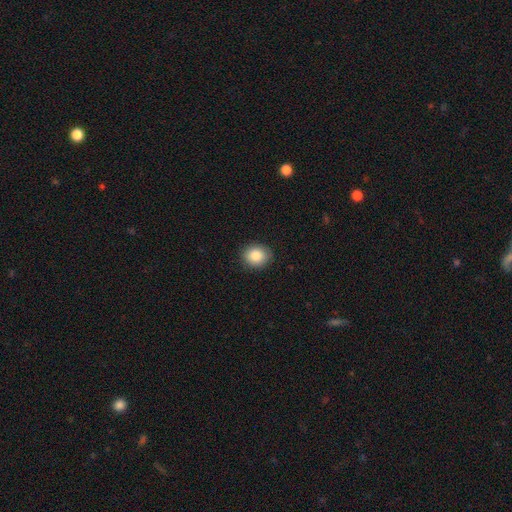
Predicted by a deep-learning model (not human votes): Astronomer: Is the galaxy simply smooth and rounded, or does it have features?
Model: smooth — 86%.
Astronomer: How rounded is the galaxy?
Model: round — 69%.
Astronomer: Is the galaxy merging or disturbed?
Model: none — 88%.